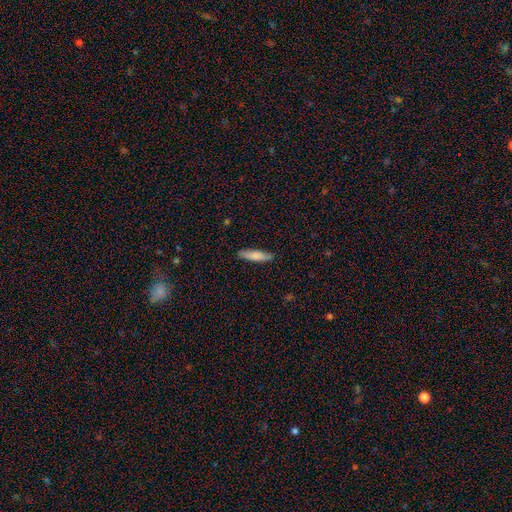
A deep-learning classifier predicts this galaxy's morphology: Overall: smooth (78%). How rounded: cigar-shaped (75%). Merging: none (84%).